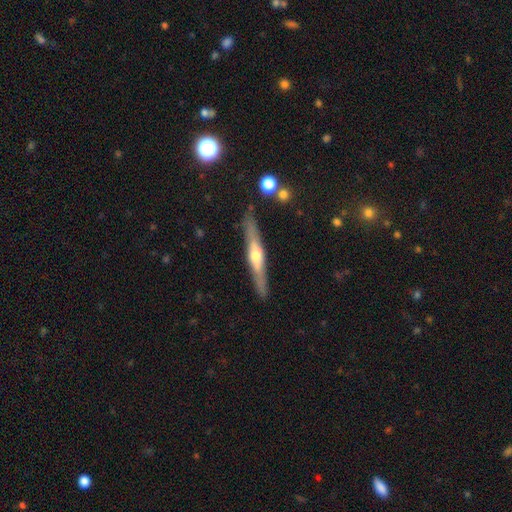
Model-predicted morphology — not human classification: smooth_or_featured: featured or disk (p=0.68) [alt: smooth p=0.26]
disk_edge_on: yes (p=0.95) [alt: no p=0.05]
edge_on_bulge: rounded (p=0.86) [alt: none p=0.08]
merging: none (p=0.87) [alt: minor disturbance p=0.09]